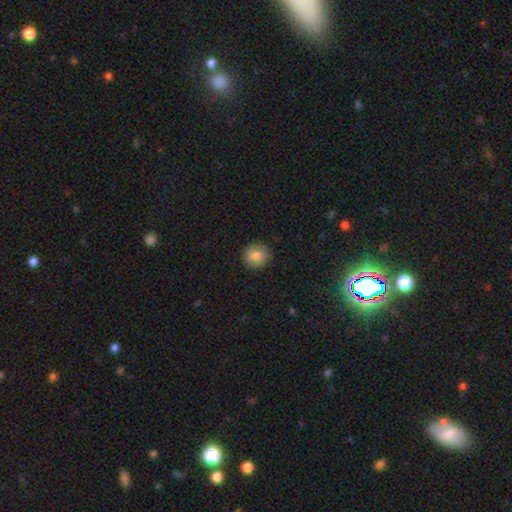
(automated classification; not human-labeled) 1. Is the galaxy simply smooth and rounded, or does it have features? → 83% smooth, 9% featured or disk, 8% star or artifact.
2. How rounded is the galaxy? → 91% round, 8% in between, 1% cigar-shaped.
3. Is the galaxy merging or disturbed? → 90% none, 7% minor disturbance, 2% major disturbance, 1% merger.